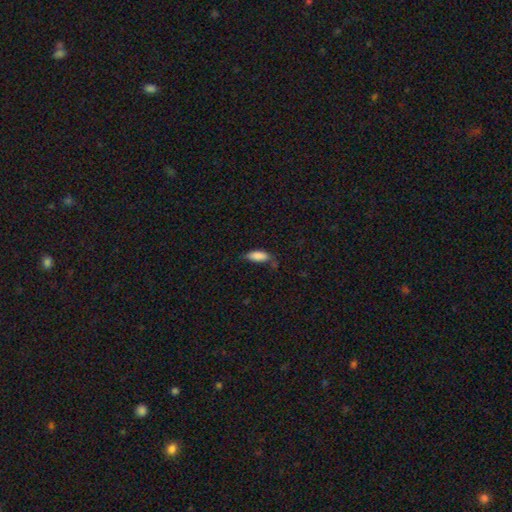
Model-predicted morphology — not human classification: This appears to be a smooth galaxy with no disk features (86%) that is in between round and cigar-shaped (79%). Merging: none (55%).